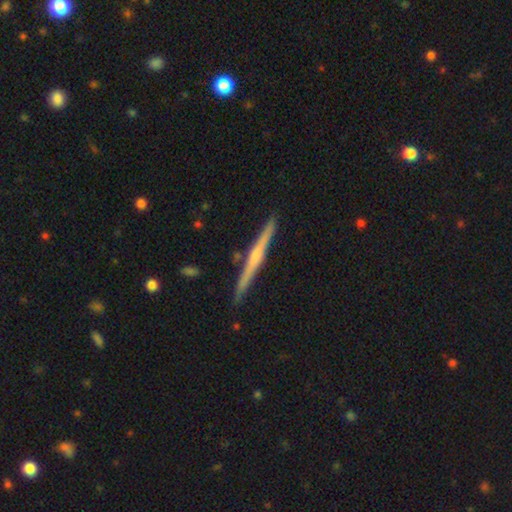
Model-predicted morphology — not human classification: A featured or disk galaxy (75%) viewed edge-on (98%) with a rounded central bulge (62%). Merging: none (90%).